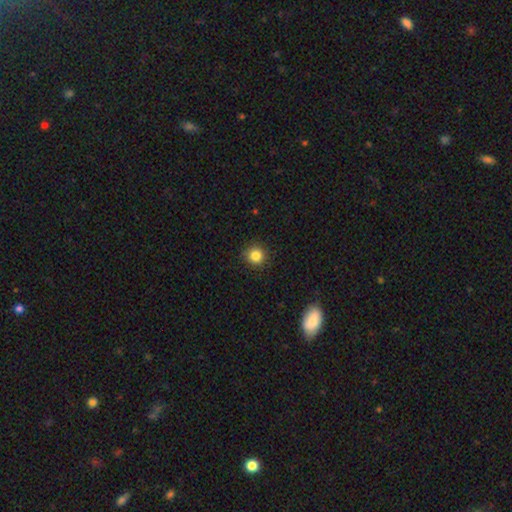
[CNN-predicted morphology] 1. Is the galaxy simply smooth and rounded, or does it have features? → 84% smooth, 11% star or artifact, 5% featured or disk.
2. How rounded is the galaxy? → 94% round, 5% in between, 1% cigar-shaped.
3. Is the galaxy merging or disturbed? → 91% none, 7% minor disturbance, 2% major disturbance, 1% merger.